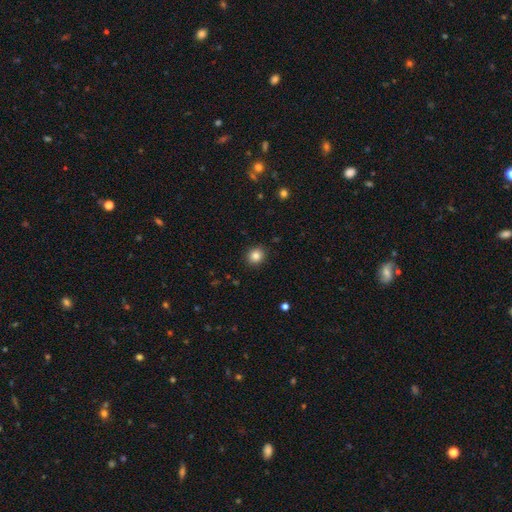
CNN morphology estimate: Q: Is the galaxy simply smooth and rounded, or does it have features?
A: smooth — 84%.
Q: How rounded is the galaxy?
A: round — 82%.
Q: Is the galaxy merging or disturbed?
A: none — 91%.